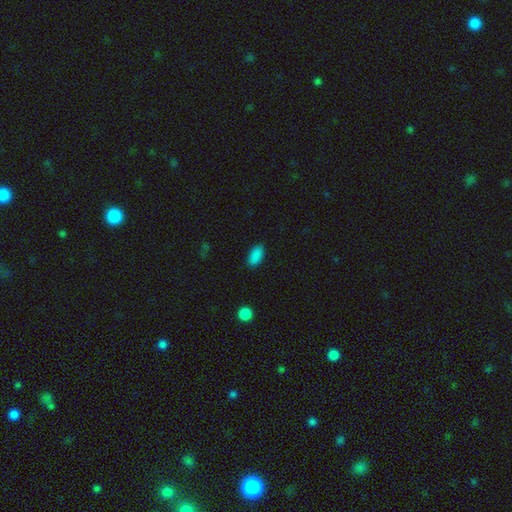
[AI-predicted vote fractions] A smooth galaxy with no disk features (89%) that is in between round and cigar-shaped (92%).

Vote fractions:
- Smooth or featured? smooth: 89% / star or artifact: 8% / featured or disk: 3%
- How rounded? in between: 92% / cigar-shaped: 5% / round: 3%
- Merging? none: 88% / minor disturbance: 9% / major disturbance: 2% / merger: 1%